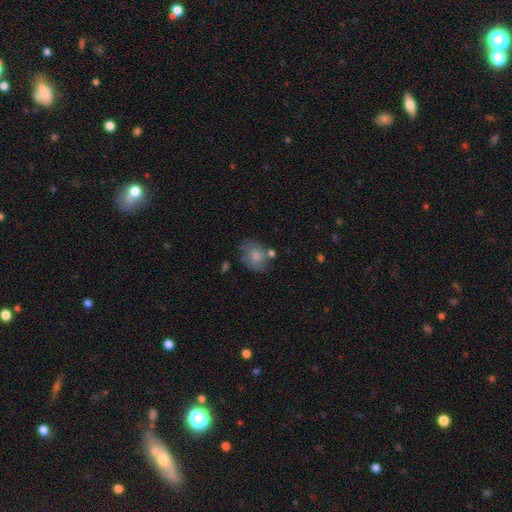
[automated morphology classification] Smooth or featured? Predicted: smooth (p=0.69). How rounded? Predicted: in between (p=0.65). Merging? Predicted: none (p=0.52).